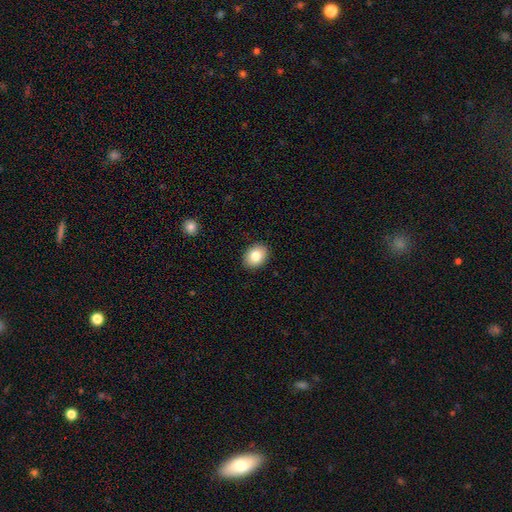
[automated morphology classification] Smooth or featured: smooth — 82% (featured or disk — 9%)
How rounded: in between — 62% (round — 37%)
Merging: none — 90% (minor disturbance — 7%)